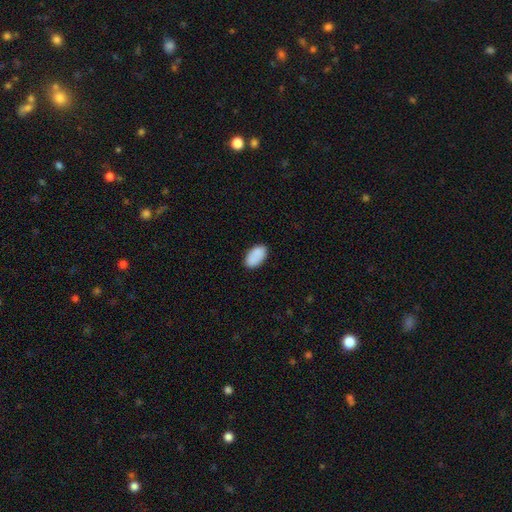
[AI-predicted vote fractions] A smooth galaxy with no disk features (88%) that is in between round and cigar-shaped (94%). Merging: none (84%).